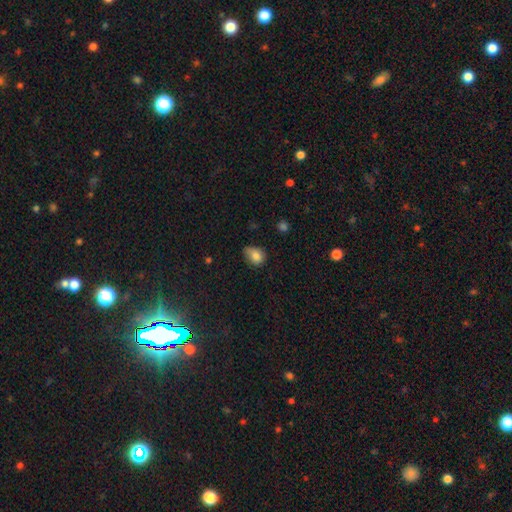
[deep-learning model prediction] Morphology: type=smooth (82%); roundness=in between (56%); merging=none (46%).